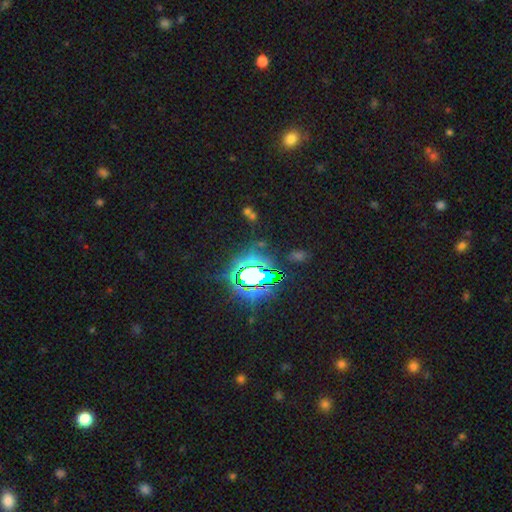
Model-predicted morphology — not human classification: Q: Smooth or featured?
A: star or artifact (81%); runner-up: smooth (11%)